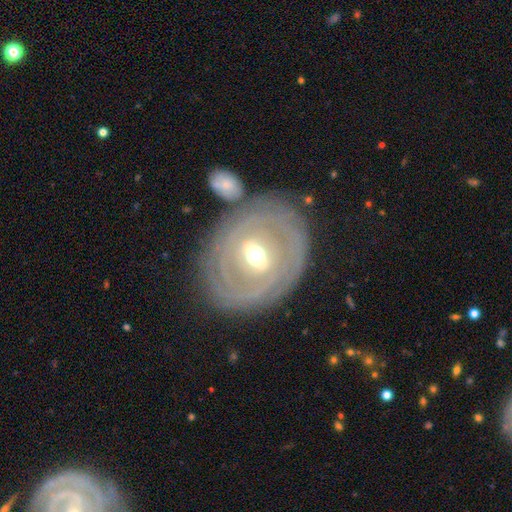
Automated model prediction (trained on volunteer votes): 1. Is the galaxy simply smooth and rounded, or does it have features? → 81% featured or disk, 14% smooth, 5% star or artifact.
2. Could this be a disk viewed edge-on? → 94% no, 6% yes.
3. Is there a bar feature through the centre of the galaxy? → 42% strong, 41% weak, 17% no.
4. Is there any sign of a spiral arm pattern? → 68% yes, 32% no.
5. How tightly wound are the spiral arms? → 78% tight, 15% medium, 6% loose.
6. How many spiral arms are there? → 46% can't tell, 24% 2, 11% 3, 7% 4, 6% 1, 6% more than 4.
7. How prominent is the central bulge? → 72% moderate, 21% small, 6% large, 1% dominant, 1% none.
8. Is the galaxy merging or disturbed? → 75% none, 12% minor disturbance, 7% merger, 5% major disturbance.